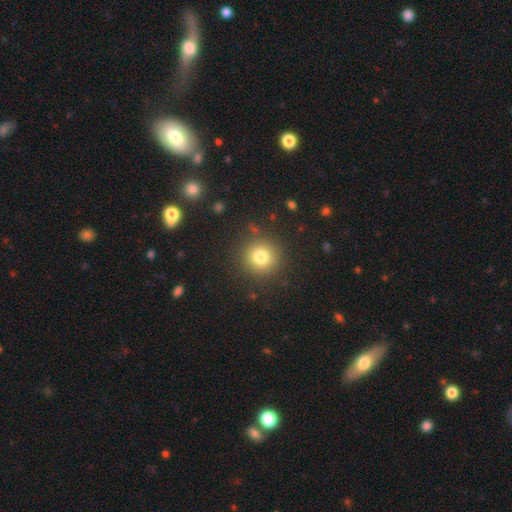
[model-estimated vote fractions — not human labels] Morphology: type=smooth (66%); roundness=round (94%); merging=none (89%).